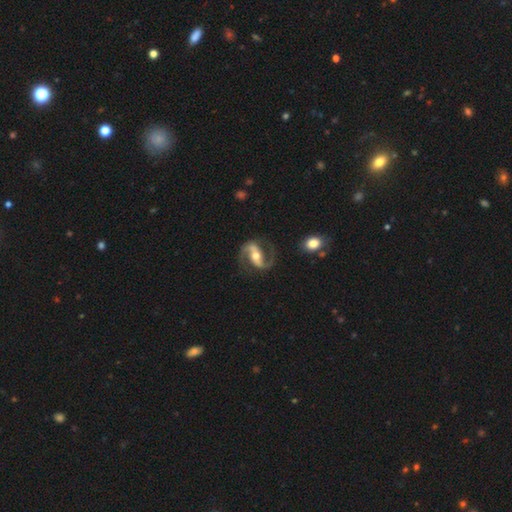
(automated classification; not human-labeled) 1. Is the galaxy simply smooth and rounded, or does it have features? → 91% featured or disk, 5% smooth, 4% star or artifact.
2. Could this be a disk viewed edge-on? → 97% no, 3% yes.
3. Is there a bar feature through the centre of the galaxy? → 53% strong, 28% weak, 20% no.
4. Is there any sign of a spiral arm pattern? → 97% yes, 3% no.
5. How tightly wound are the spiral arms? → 52% medium, 35% loose, 13% tight.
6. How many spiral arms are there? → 94% 2, 2% 1, 1% can't tell, 1% 3, 1% 4, 1% more than 4.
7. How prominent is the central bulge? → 68% moderate, 21% small, 8% large, 1% none, 1% dominant.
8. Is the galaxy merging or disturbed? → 81% none, 11% minor disturbance, 6% major disturbance, 2% merger.